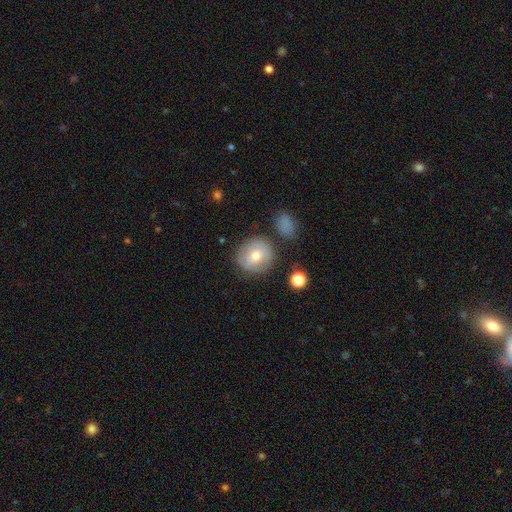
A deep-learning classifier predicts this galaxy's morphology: type=smooth (69%); roundness=round (90%); merging=none (77%).